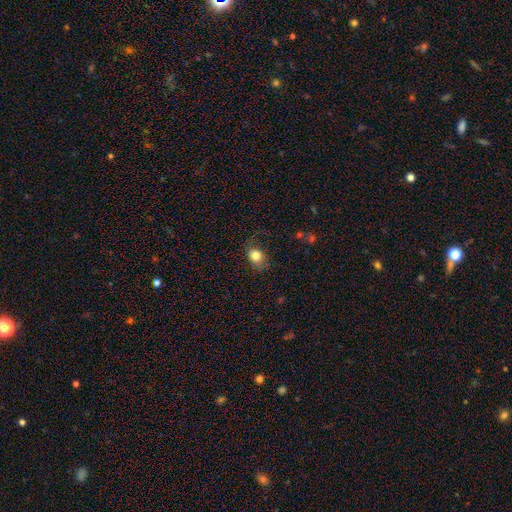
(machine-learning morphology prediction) smooth_or_featured: smooth (p=0.82) [alt: star or artifact p=0.10]
how_rounded: round (p=0.51) [alt: in between p=0.48]
merging: none (p=0.68) [alt: minor disturbance p=0.21]